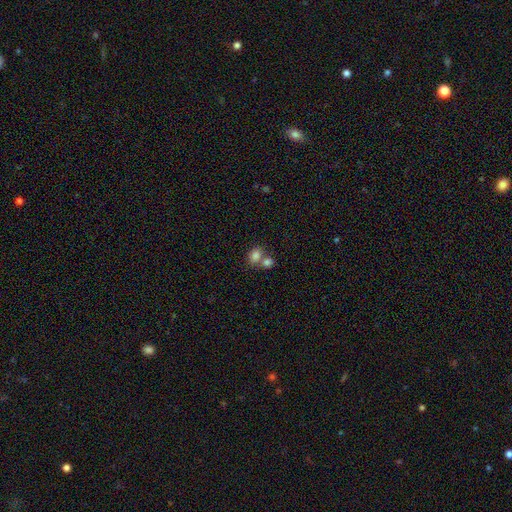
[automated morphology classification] A smooth galaxy with no disk features (81%) that is in between round and cigar-shaped (62%).

Vote fractions:
- Smooth or featured? smooth: 81% / star or artifact: 10% / featured or disk: 8%
- How rounded? in between: 62% / round: 36% / cigar-shaped: 1%
- Merging? merger: 49% / none: 39% / minor disturbance: 8% / major disturbance: 4%